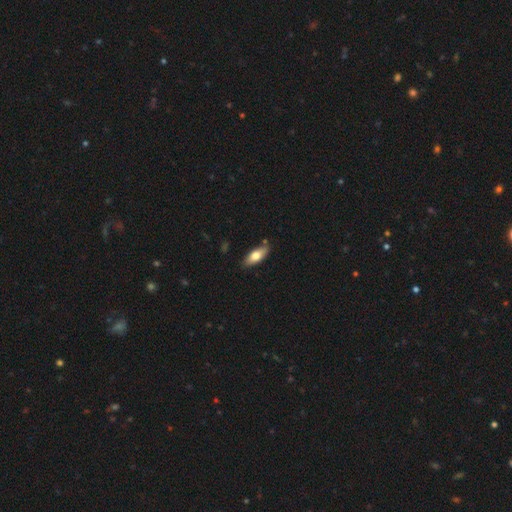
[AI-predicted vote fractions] smooth-or-featured: smooth: 70% | featured or disk: 24% | star or artifact: 6%
  how-rounded: in between: 71% | cigar-shaped: 27% | round: 2%
  merging: none: 81% | minor disturbance: 14% | merger: 3% | major disturbance: 2%